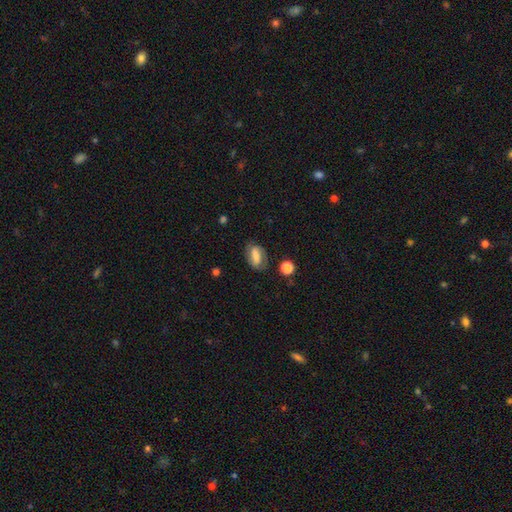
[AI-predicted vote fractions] This appears to be a smooth galaxy with no disk features (57%) that is in between round and cigar-shaped (83%). Merging: none (74%).